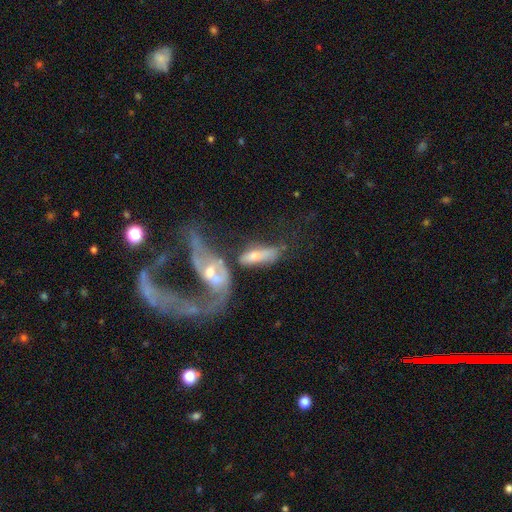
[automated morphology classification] smooth_or_featured: featured or disk (p=0.48) [alt: smooth p=0.44]
merging: merger (p=0.55) [alt: none p=0.17]